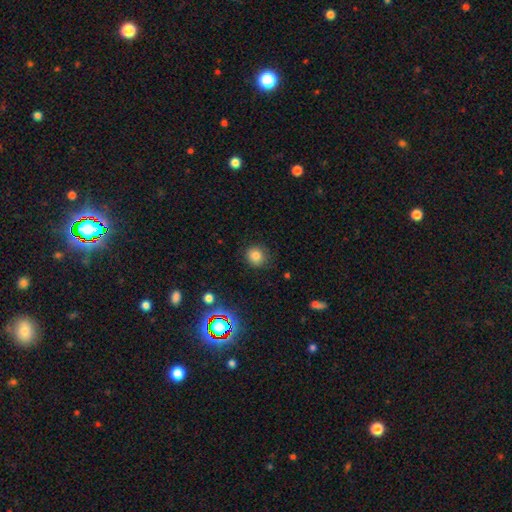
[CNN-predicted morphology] This appears to be a smooth galaxy with no disk features (80%) that is round (85%). Merging: none (84%).